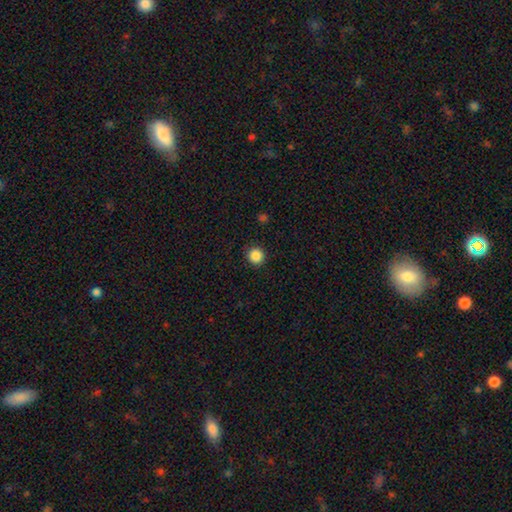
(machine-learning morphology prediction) Overall: smooth (87%). How rounded: round (94%). Merging: none (92%).